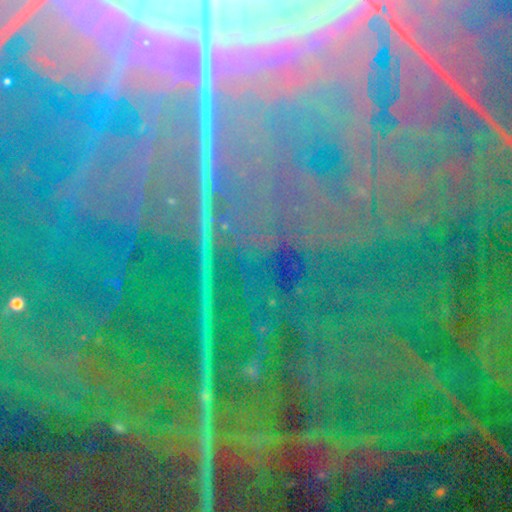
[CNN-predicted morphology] The model was most divided on "smooth or featured": star or artifact: 85%, featured or disk: 8%, smooth: 6%.